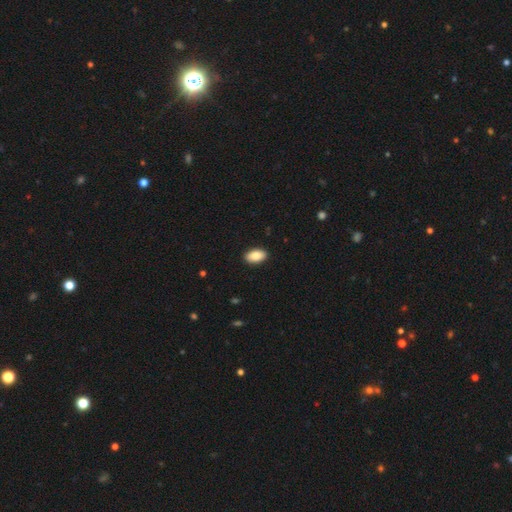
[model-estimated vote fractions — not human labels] This is clearly a smooth galaxy (86%). How rounded: clearly in between (94%). Merging: clearly none (91%).